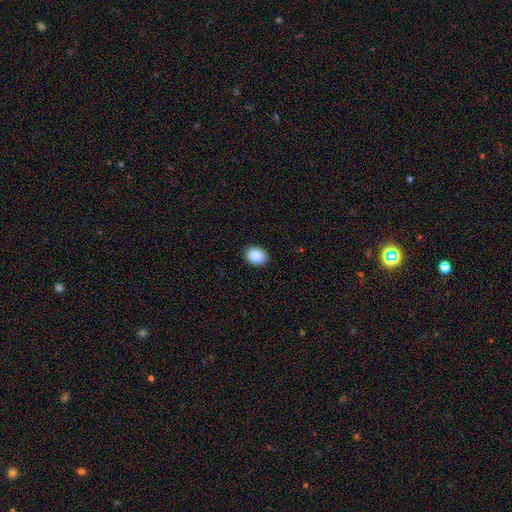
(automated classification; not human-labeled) Morphology: type=smooth (89%); roundness=in between (61%); merging=none (90%).